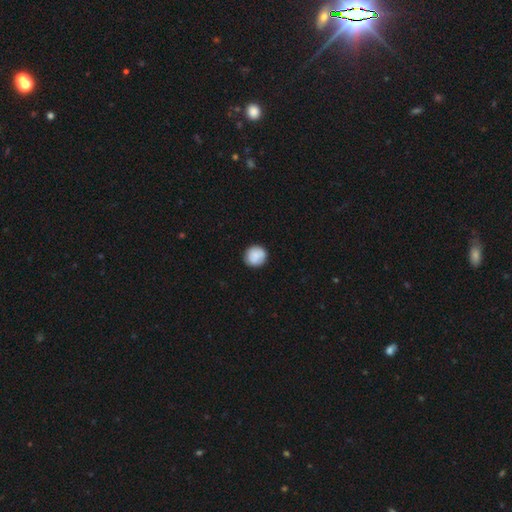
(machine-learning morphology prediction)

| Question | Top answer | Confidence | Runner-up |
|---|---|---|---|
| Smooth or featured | smooth | 84% | featured or disk (9%) |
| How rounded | round | 90% | in between (9%) |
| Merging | none | 87% | minor disturbance (10%) |